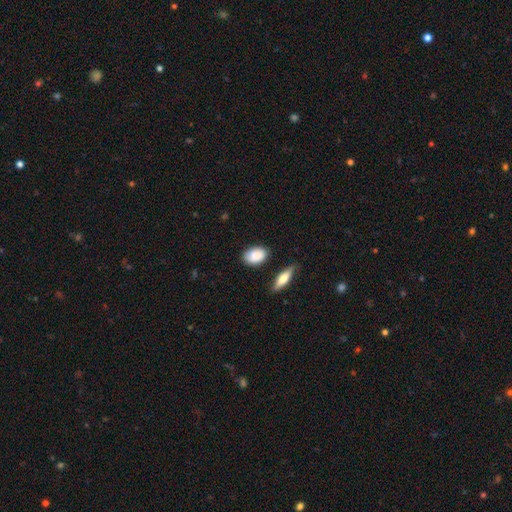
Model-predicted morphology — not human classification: Smooth or featured: smooth — 86% (featured or disk — 7%)
How rounded: in between — 87% (round — 11%)
Merging: none — 78% (minor disturbance — 16%)